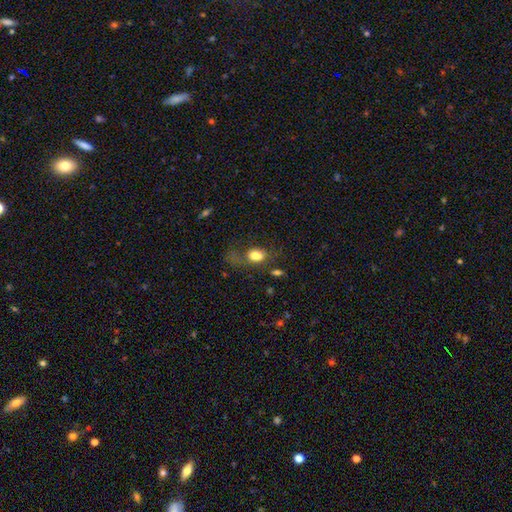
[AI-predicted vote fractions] Q: Smooth or featured?
A: smooth (76%); runner-up: featured or disk (13%)
Q: How rounded?
A: in between (74%); runner-up: round (24%)
Q: Merging?
A: none (36%); runner-up: major disturbance (32%)